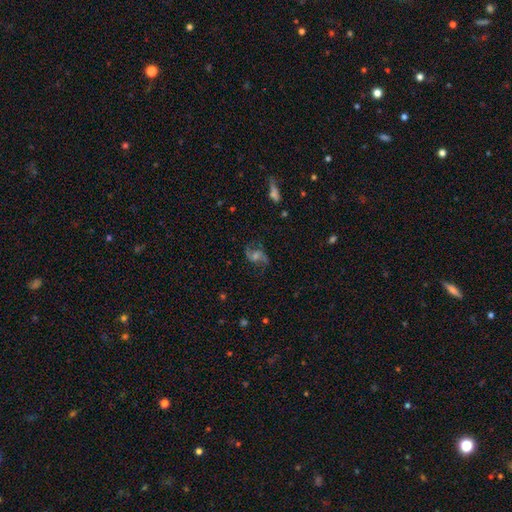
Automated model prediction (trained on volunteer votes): Morphology: type=featured or disk (74%); edge-on=no (96%); bar=no (46%); spiral arms=yes (94%); winding=loose (52%); arm count=2 (90%); bulge=moderate (41%); merging=none (75%).